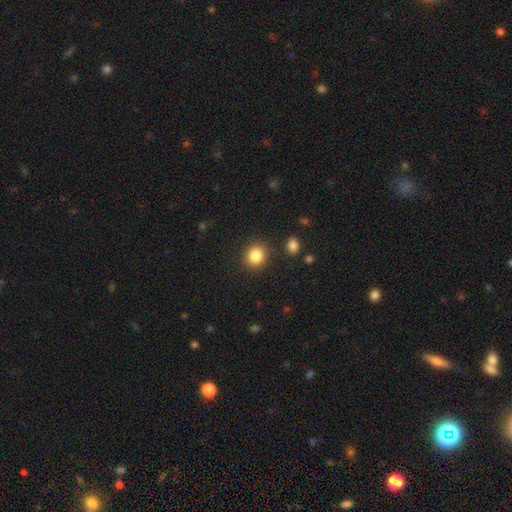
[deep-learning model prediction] Q: Smooth or featured?
A: smooth (85%); runner-up: star or artifact (10%)
Q: How rounded?
A: round (77%); runner-up: in between (22%)
Q: Merging?
A: none (87%); runner-up: minor disturbance (8%)